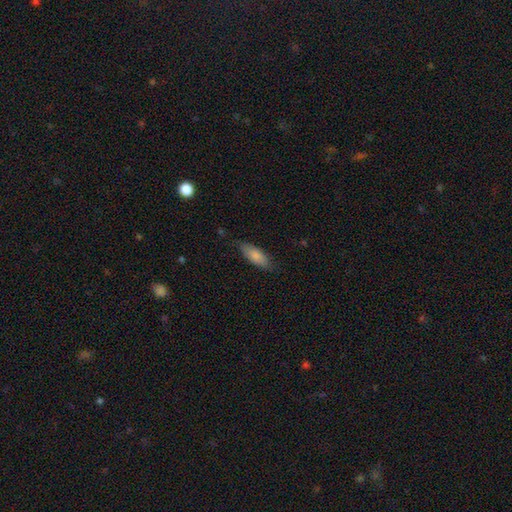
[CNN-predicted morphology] smooth-or-featured: smooth: 84% | featured or disk: 10% | star or artifact: 6%
  how-rounded: in between: 73% | cigar-shaped: 25% | round: 2%
  merging: none: 77% | minor disturbance: 19% | major disturbance: 3% | merger: 1%